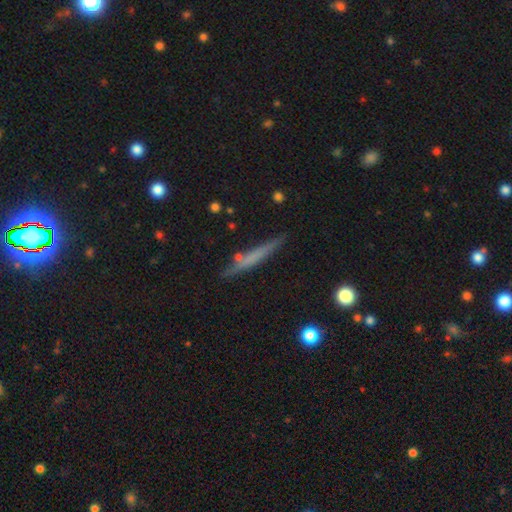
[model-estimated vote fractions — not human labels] Smooth or featured?
  - smooth: 52% *
  - featured or disk: 41%
  - star or artifact: 7%
How rounded?
  - cigar-shaped: 94% *
  - in between: 4%
  - round: 2%
Merging?
  - none: 81% *
  - minor disturbance: 12%
  - merger: 4%
  - major disturbance: 3%